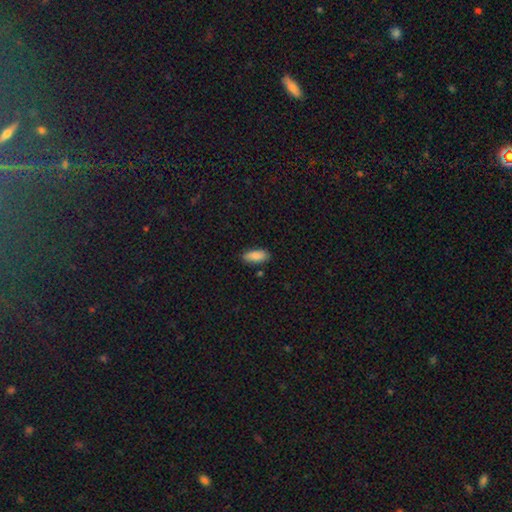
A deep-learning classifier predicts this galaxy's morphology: smooth_or_featured: smooth (p=0.87) [alt: star or artifact p=0.07]
how_rounded: in between (p=0.85) [alt: cigar-shaped p=0.13]
merging: none (p=0.84) [alt: minor disturbance p=0.12]